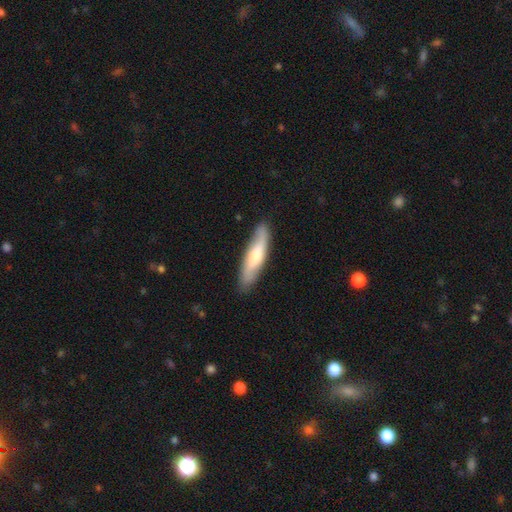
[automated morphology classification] This appears to be a smooth galaxy with no disk features (51%) that is cigar-shaped (75%). Merging: none (84%).